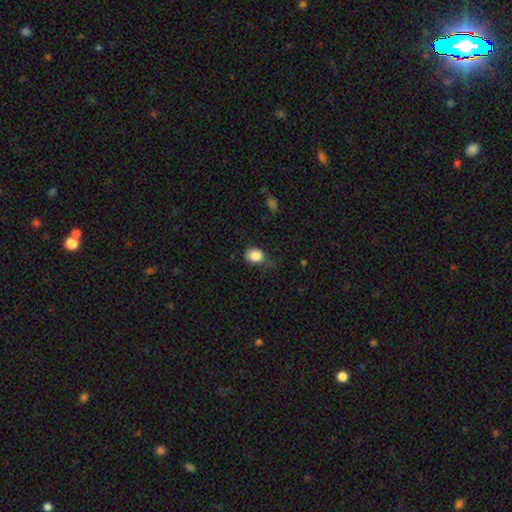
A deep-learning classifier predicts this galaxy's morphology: smooth-or-featured: smooth: 86% | star or artifact: 9% | featured or disk: 6%
  how-rounded: in between: 56% | round: 42% | cigar-shaped: 1%
  merging: none: 50% | minor disturbance: 36% | major disturbance: 12% | merger: 2%